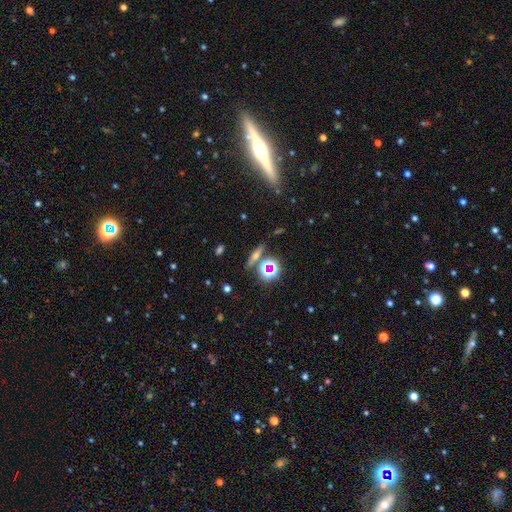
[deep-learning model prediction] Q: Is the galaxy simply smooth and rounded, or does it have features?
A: featured or disk — 37%.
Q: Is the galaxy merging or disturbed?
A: none — 81%.